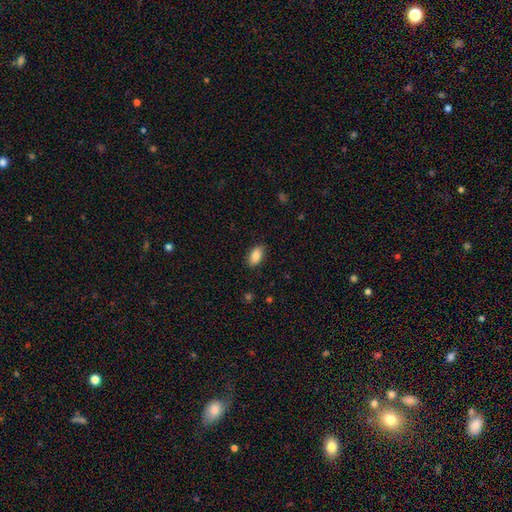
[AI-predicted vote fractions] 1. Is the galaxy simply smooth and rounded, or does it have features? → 85% smooth, 8% featured or disk, 7% star or artifact.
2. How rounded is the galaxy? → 92% in between, 5% round, 3% cigar-shaped.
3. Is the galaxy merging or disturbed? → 86% none, 10% minor disturbance, 2% major disturbance, 1% merger.